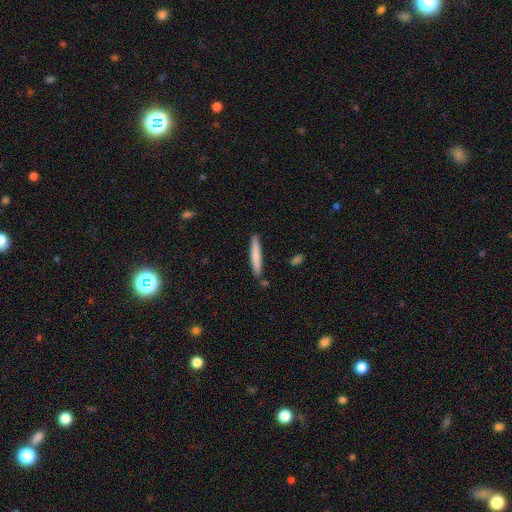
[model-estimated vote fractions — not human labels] Q: Smooth or featured?
A: smooth (77%); runner-up: featured or disk (18%)
Q: How rounded?
A: cigar-shaped (94%); runner-up: in between (5%)
Q: Merging?
A: none (87%); runner-up: minor disturbance (9%)